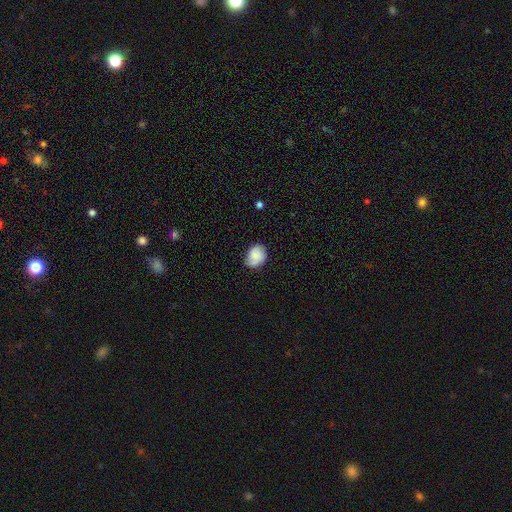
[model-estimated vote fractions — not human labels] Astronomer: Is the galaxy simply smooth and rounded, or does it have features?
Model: smooth — 76%.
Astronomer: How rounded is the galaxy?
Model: in between — 50% (runner-up: round, 49%).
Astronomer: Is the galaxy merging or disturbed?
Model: none — 63%.